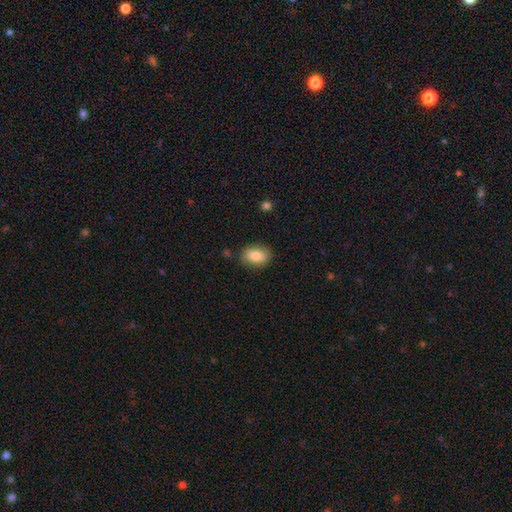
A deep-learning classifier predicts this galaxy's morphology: The model was most divided on "how rounded": in between: 83%, round: 15%, cigar-shaped: 2%. More confident: smooth or featured — smooth (84%); merging — none (83%).